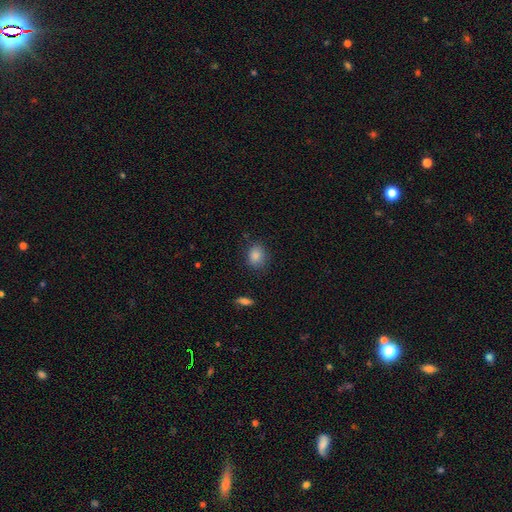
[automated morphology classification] smooth 85%, star or artifact 9%, featured or disk 5%. Down the decision tree: how rounded — round (56%); merging — none (77%).